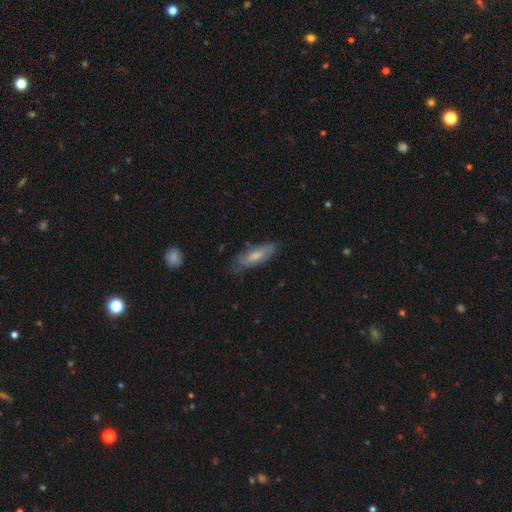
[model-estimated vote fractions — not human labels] The model was most divided on "how rounded": in between: 55%, cigar-shaped: 43%, round: 2%. More confident: smooth or featured — smooth (62%); merging — none (62%).